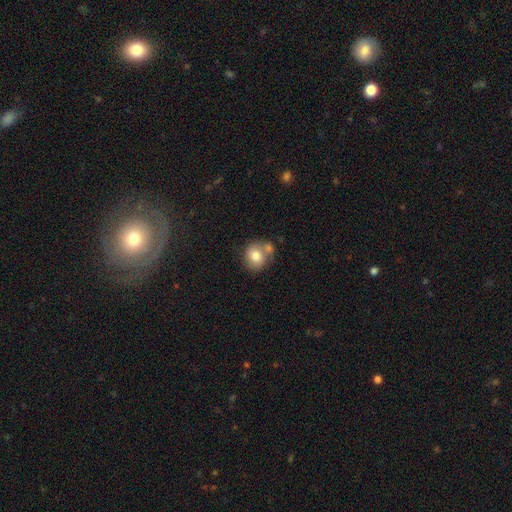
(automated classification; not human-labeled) smooth-or-featured: smooth: 78% | featured or disk: 13% | star or artifact: 8%
  how-rounded: round: 74% | in between: 25% | cigar-shaped: 1%
  merging: none: 46% | merger: 35% | minor disturbance: 14% | major disturbance: 5%